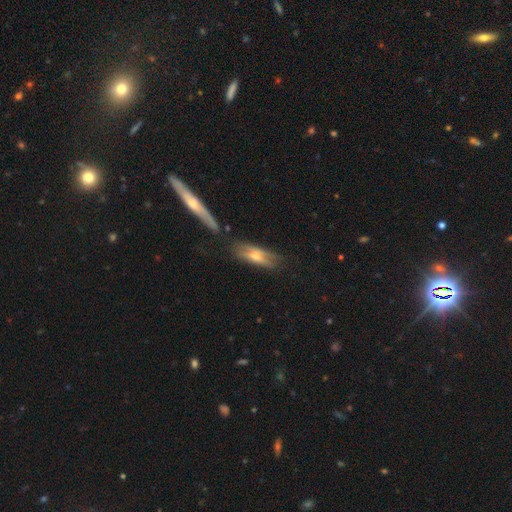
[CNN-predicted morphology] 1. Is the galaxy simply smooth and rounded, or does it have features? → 46% smooth (tied), 46% featured or disk (tied), 7% star or artifact.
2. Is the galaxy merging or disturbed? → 61% none, 23% minor disturbance, 8% major disturbance, 8% merger.